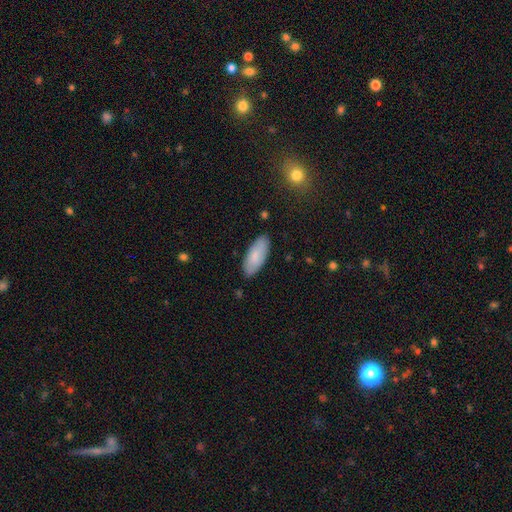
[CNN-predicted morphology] Smooth or featured? Predicted: smooth (p=0.81). How rounded? Predicted: in between (p=0.82). Merging? Predicted: none (p=0.84).